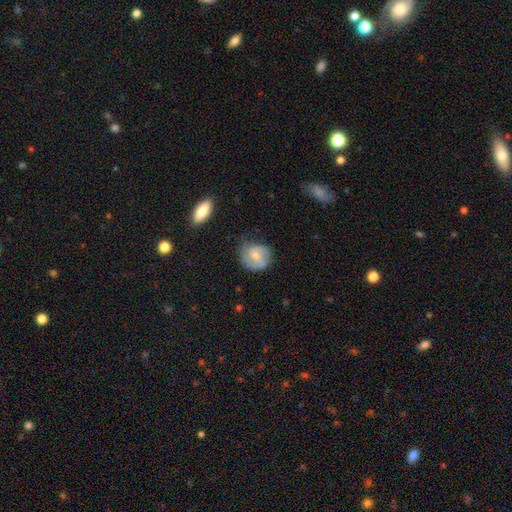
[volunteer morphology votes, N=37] Smooth or featured?
  - smooth: 68% *
  - featured or disk: 27%
  - star or artifact: 5%
How rounded?
  - round: 84% *
  - in between: 16%
  - cigar-shaped: 0%
Merging?
  - none: 74% *
  - minor disturbance: 23%
  - major disturbance: 3%
  - merger: 0%